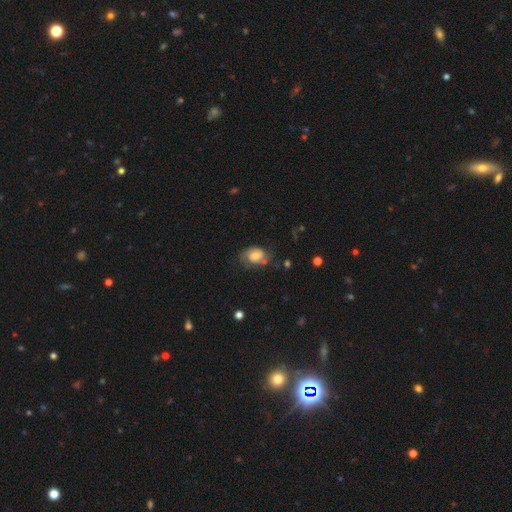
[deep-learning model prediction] Overall: featured or disk (49%; smooth 41%). Merging: none (53%; minor disturbance 27%).